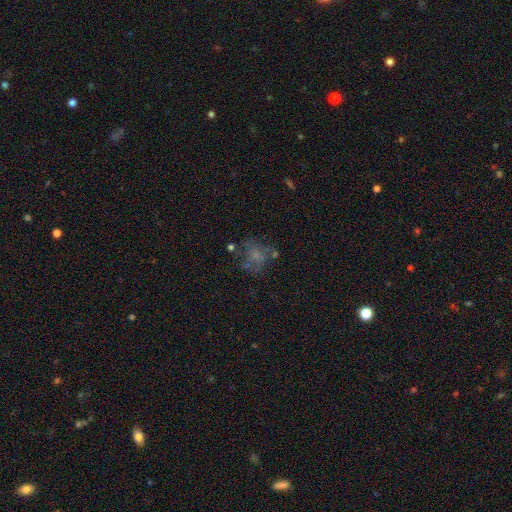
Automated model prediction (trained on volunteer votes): Smooth or featured?
  - smooth: 48% *
  - featured or disk: 33%
  - star or artifact: 19%
Merging?
  - none: 49% *
  - major disturbance: 22%
  - minor disturbance: 19%
  - merger: 10%